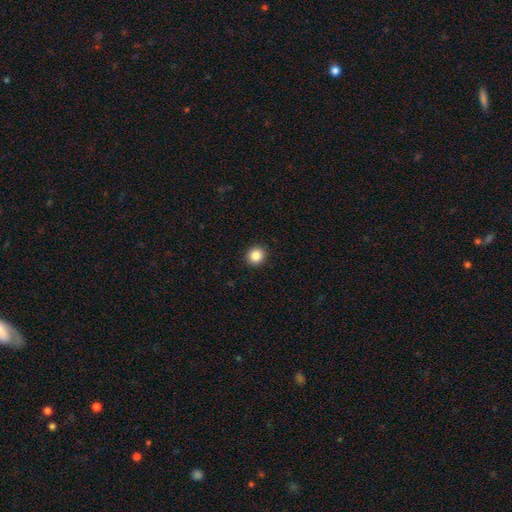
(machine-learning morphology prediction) type=smooth (87%); roundness=round (89%); merging=none (92%).